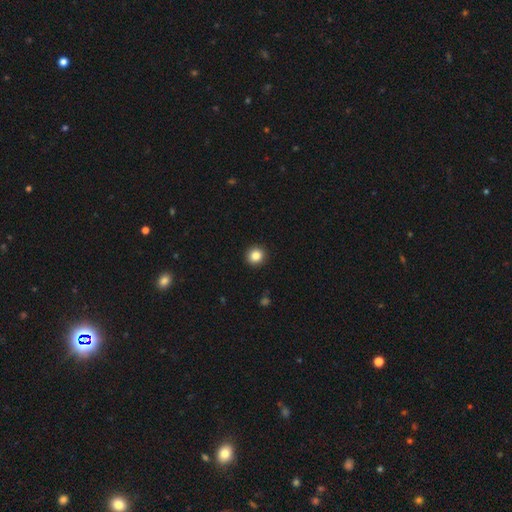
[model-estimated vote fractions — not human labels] Overall: smooth (85%). How rounded: round (91%). Merging: none (93%).